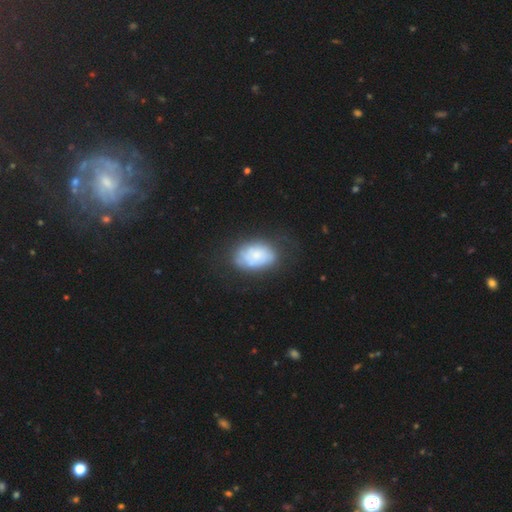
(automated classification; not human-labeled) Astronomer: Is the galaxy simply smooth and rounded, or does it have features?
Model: smooth — 60%.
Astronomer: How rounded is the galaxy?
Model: in between — 89%.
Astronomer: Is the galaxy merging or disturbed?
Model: none — 59%.